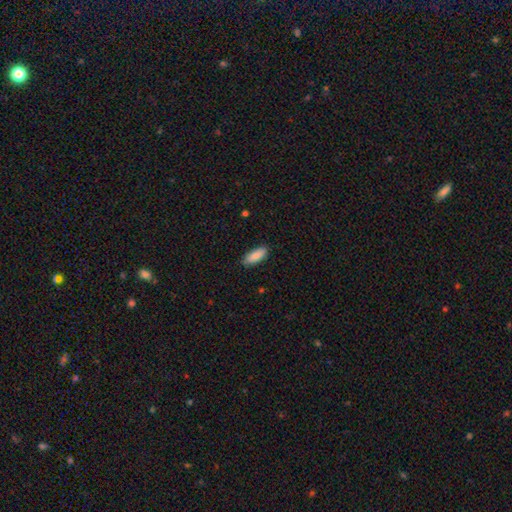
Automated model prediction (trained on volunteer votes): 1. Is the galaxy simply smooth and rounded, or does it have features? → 87% smooth, 7% featured or disk, 6% star or artifact.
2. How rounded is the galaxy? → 77% in between, 21% cigar-shaped, 2% round.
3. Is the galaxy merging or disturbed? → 87% none, 10% minor disturbance, 2% major disturbance, 1% merger.